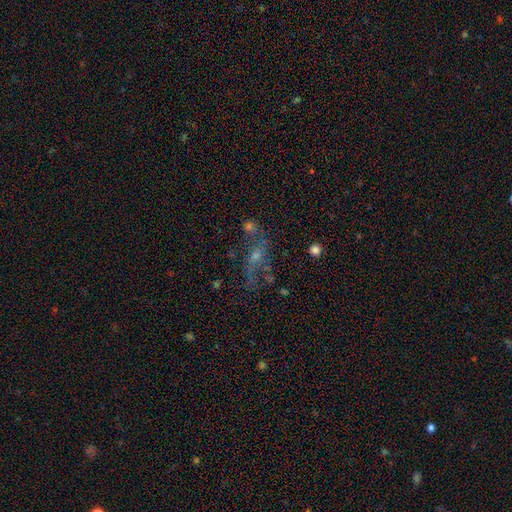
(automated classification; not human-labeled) featured or disk 53%, star or artifact 29%, smooth 18%. Down the decision tree: edge-on disk — no (85%); merging — none (54%).